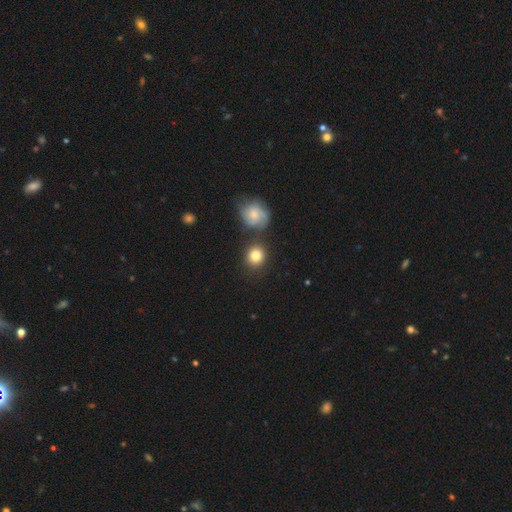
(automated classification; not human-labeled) smooth 81%, featured or disk 10%, star or artifact 9%. Down the decision tree: how rounded — round (84%); merging — none (76%).